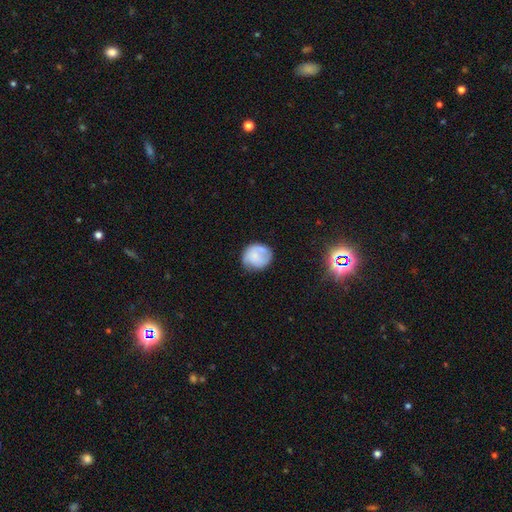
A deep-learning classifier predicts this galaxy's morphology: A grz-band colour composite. It shows a smooth galaxy with no disk features (65%) that is round (78%). Merging: none (61%).